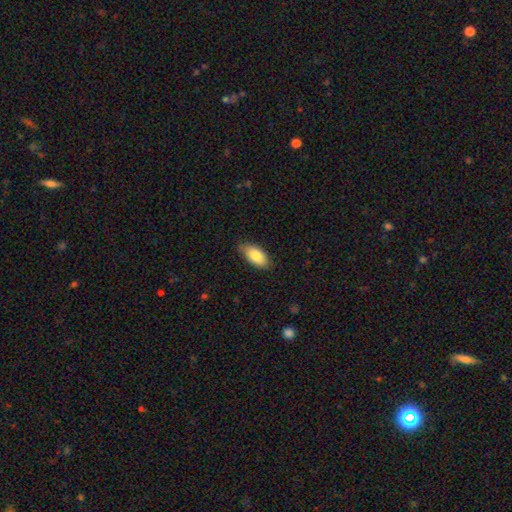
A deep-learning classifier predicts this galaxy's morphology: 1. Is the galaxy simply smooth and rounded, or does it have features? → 83% smooth, 10% featured or disk, 6% star or artifact.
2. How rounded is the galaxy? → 92% in between, 5% cigar-shaped, 3% round.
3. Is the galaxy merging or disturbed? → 78% none, 18% minor disturbance, 3% major disturbance, 1% merger.